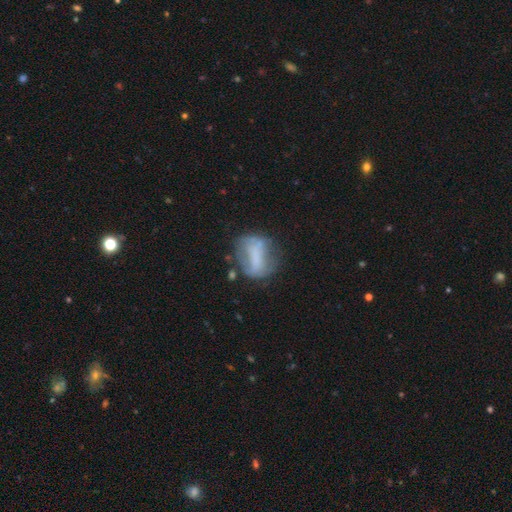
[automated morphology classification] type=featured or disk (45%); merging=none (45%).